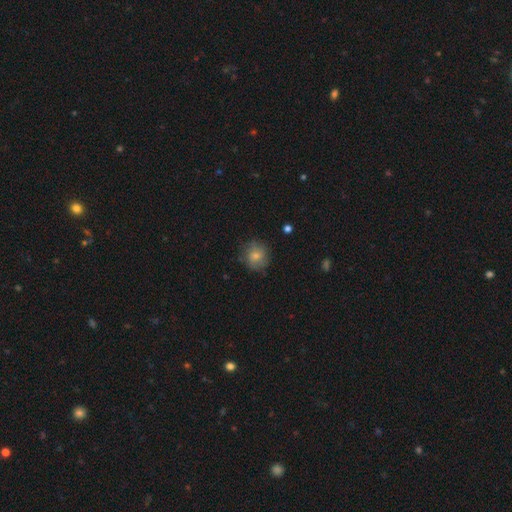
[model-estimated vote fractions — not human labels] smooth 74%, featured or disk 17%, star or artifact 9%. Down the decision tree: how rounded — round (86%); merging — none (78%).